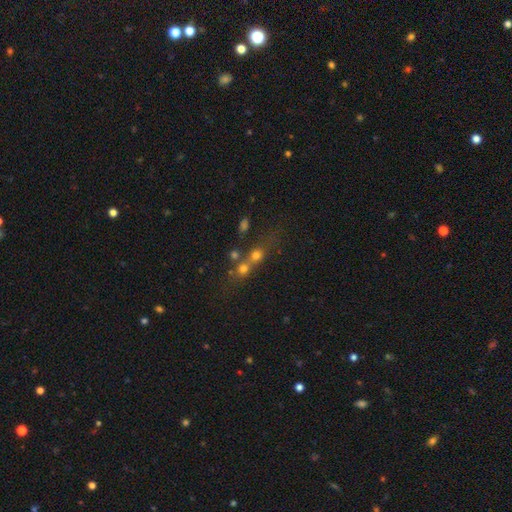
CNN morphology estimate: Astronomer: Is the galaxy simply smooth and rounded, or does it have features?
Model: smooth — 48% (runner-up: star or artifact, 27%).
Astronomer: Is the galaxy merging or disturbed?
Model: merger — 56% (runner-up: none, 32%).